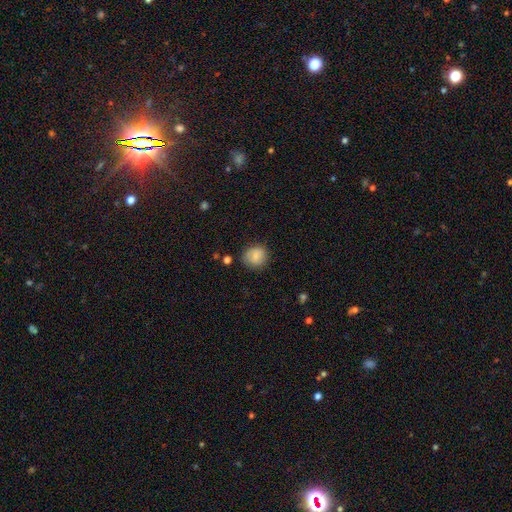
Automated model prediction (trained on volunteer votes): Morphology: type=smooth (77%); roundness=round (82%); merging=none (78%).